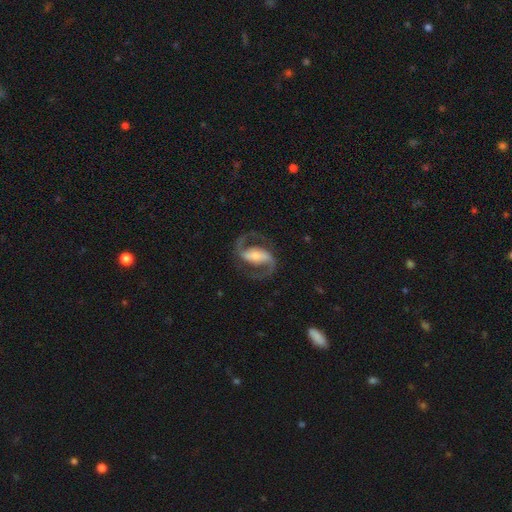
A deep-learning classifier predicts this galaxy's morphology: smooth_or_featured: featured or disk (p=0.91) [alt: smooth p=0.05]
disk_edge_on: no (p=0.98) [alt: yes p=0.02]
bar: strong (p=0.57) [alt: weak p=0.29]
has_spiral_arms: yes (p=0.98) [alt: no p=0.02]
spiral_winding: medium (p=0.59) [alt: loose p=0.29]
spiral_arm_count: 2 (p=0.94) [alt: 1 p=0.02]
bulge_size: small (p=0.42) [alt: moderate p=0.34]
merging: none (p=0.82) [alt: minor disturbance p=0.10]